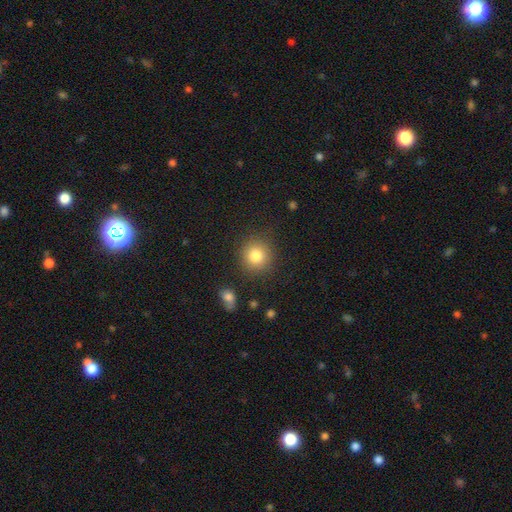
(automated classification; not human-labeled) smooth 82%, star or artifact 10%, featured or disk 7%. Down the decision tree: how rounded — round (90%); merging — none (87%).